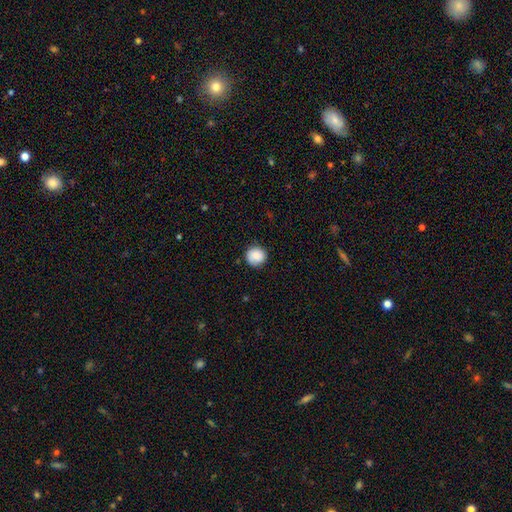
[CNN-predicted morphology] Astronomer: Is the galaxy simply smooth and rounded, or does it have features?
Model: smooth — 83%.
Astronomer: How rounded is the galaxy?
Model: round — 92%.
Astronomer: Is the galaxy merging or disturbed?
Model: none — 82%.